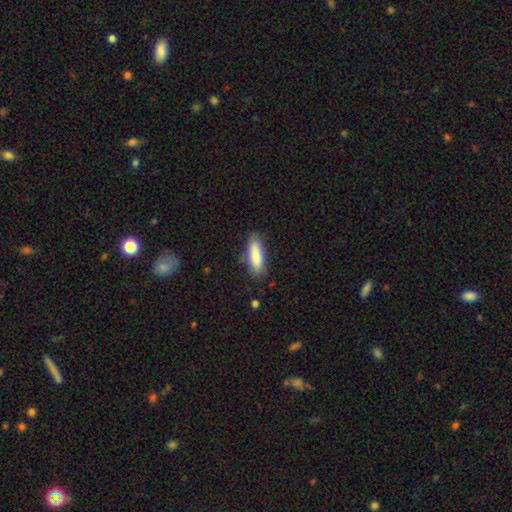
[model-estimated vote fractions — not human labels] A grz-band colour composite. It shows a smooth galaxy with no disk features (84%) that is cigar-shaped (52%). Merging: none (80%).